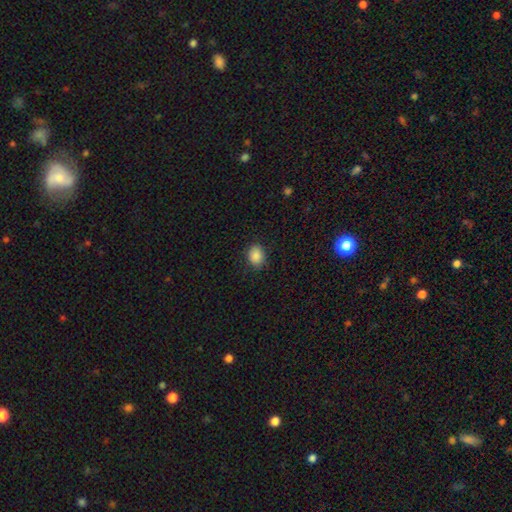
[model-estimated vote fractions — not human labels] This appears to be a smooth galaxy with no disk features (88%) that is in between round and cigar-shaped (56%). Merging: none (84%).